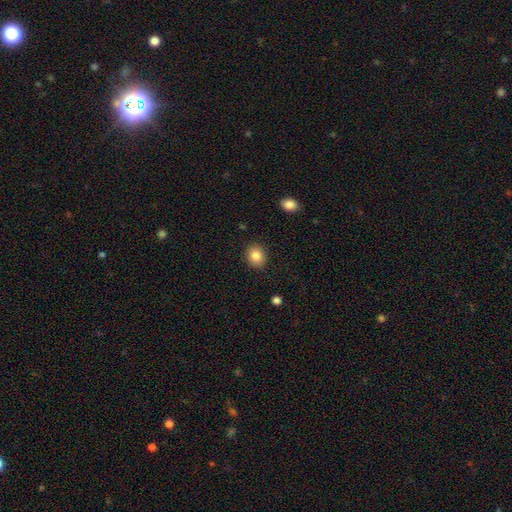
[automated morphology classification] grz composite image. It shows a smooth galaxy with no disk features (84%) that is round (65%). Merging: none (89%).